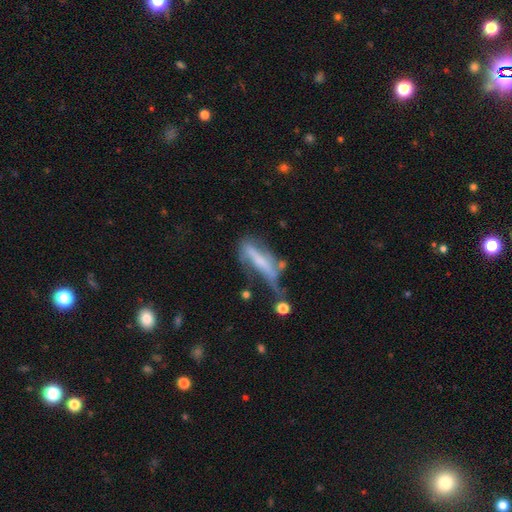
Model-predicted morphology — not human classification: Smooth or featured?
  - featured or disk: 51% *
  - smooth: 37%
  - star or artifact: 11%
Edge-on disk?
  - yes: 51% *
  - no: 49%
Merging?
  - none: 29% * (tied)
  - major disturbance: 29% * (tied)
  - minor disturbance: 25%
  - merger: 16%